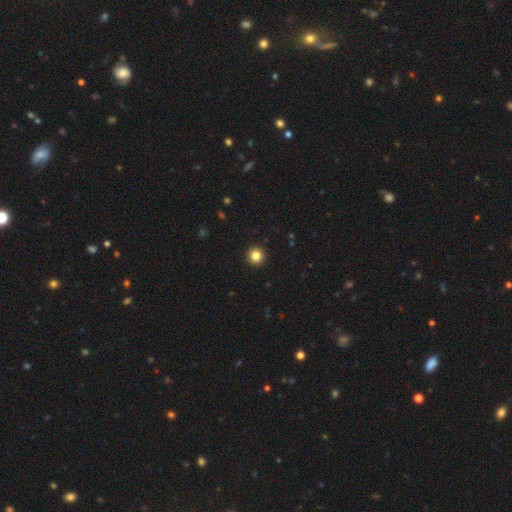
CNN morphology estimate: Overall: smooth (84%). How rounded: round (95%). Merging: none (94%).